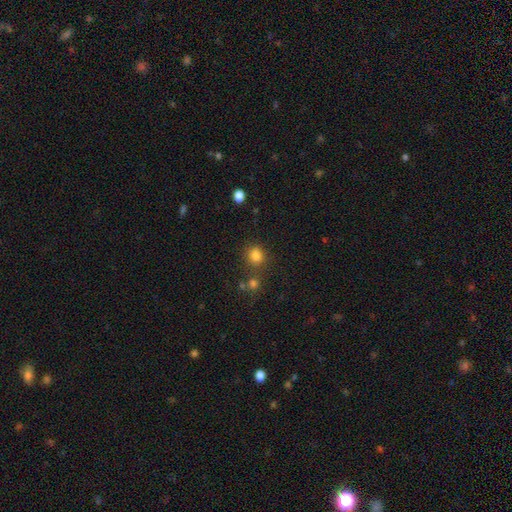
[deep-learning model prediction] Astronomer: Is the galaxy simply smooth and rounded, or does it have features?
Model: smooth — 81%.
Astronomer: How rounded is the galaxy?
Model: round — 69%.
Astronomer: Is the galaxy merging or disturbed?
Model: none — 71%.